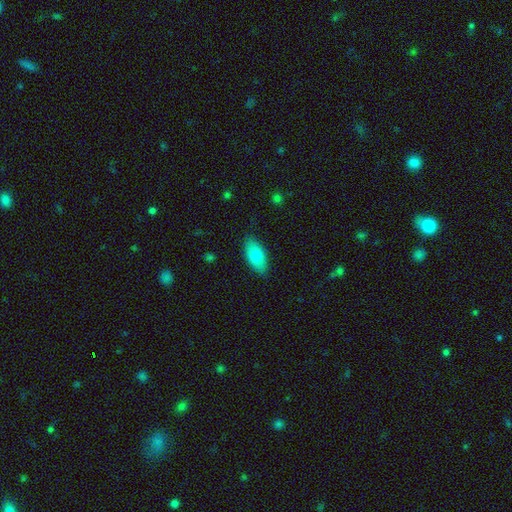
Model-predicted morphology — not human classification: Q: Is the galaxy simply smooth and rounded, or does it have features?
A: smooth — 77%.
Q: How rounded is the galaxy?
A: in between — 89%.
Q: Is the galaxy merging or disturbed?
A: none — 86%.